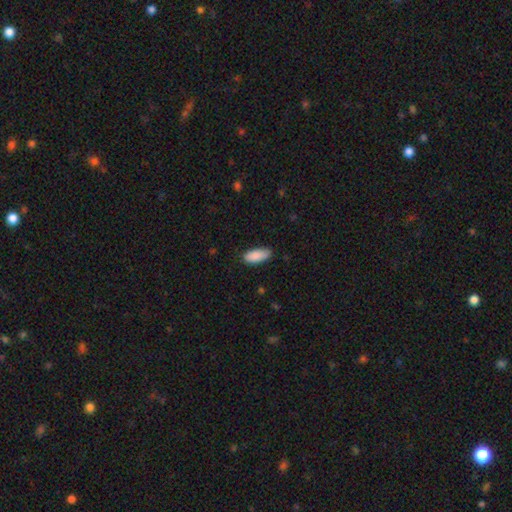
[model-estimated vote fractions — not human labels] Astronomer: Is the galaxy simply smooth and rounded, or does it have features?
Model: smooth — 89%.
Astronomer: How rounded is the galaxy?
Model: in between — 84%.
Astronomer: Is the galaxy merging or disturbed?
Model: none — 82%.